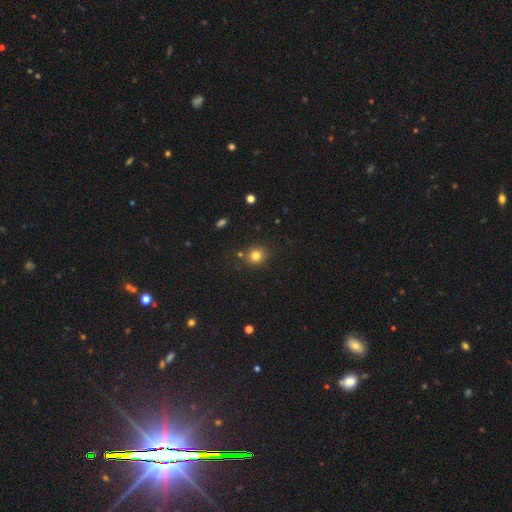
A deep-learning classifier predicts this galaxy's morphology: Smooth or featured: smooth — 80% (star or artifact — 13%)
How rounded: round — 86% (in between — 13%)
Merging: none — 81% (minor disturbance — 10%)